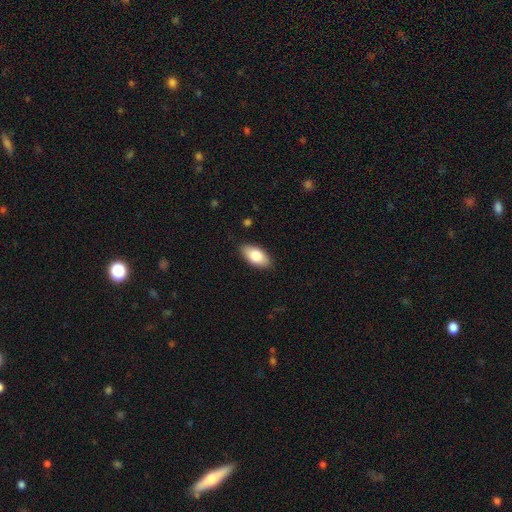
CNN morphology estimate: This is clearly a smooth galaxy (80%). How rounded: clearly in between (92%). Merging: clearly none (86%).